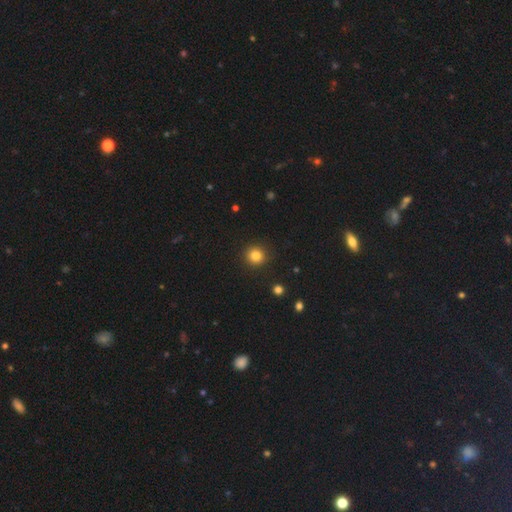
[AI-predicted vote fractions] This is clearly a smooth galaxy (83%). How rounded: clearly round (93%). Merging: clearly none (92%).